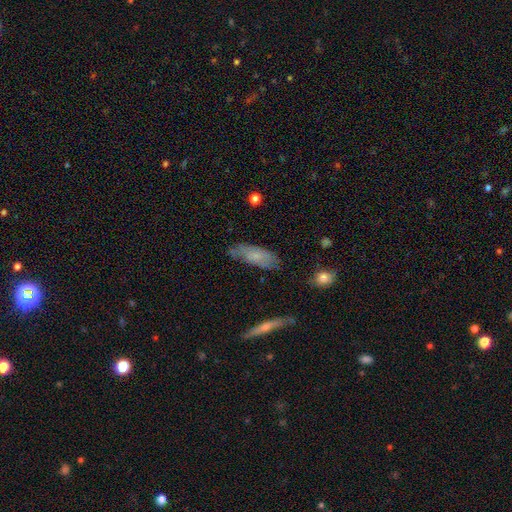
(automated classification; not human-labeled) Q: Smooth or featured?
A: smooth (64%); runner-up: featured or disk (28%)
Q: How rounded?
A: in between (66%); runner-up: cigar-shaped (32%)
Q: Merging?
A: none (67%); runner-up: minor disturbance (25%)